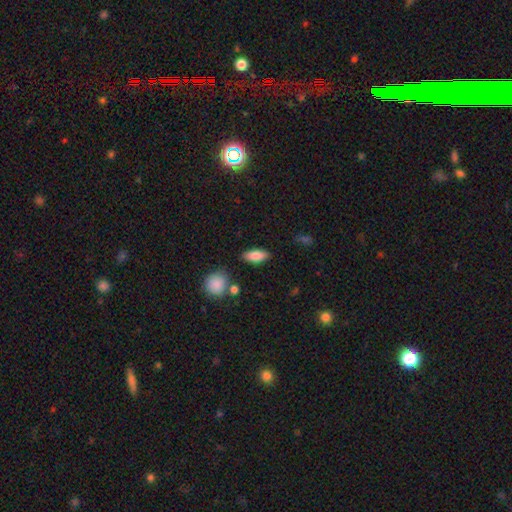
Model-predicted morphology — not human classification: Q: Smooth or featured?
A: smooth (83%); runner-up: featured or disk (10%)
Q: How rounded?
A: in between (82%); runner-up: cigar-shaped (15%)
Q: Merging?
A: none (84%); runner-up: minor disturbance (11%)